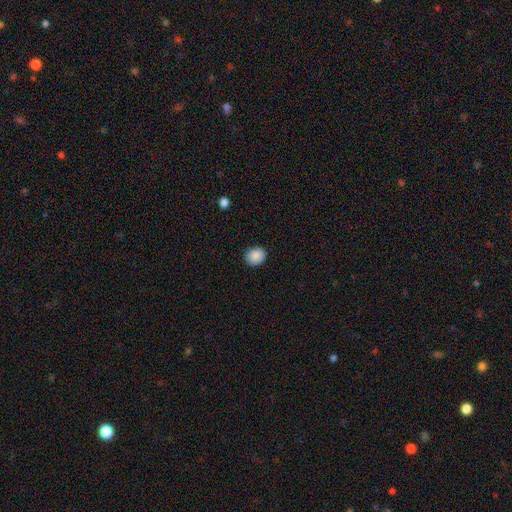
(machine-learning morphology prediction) The model was most divided on "how rounded": round: 71%, in between: 28%, cigar-shaped: 1%. More confident: smooth or featured — smooth (87%); merging — none (87%).